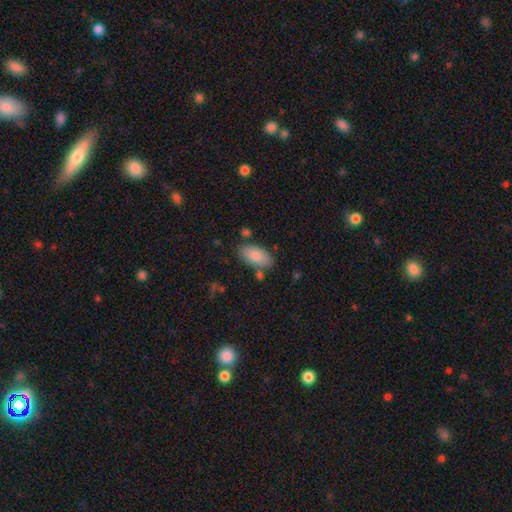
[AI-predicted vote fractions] Smooth or featured?
  - smooth: 85% *
  - featured or disk: 9%
  - star or artifact: 6%
How rounded?
  - in between: 93% *
  - cigar-shaped: 5%
  - round: 2%
Merging?
  - none: 76% *
  - minor disturbance: 14%
  - merger: 6%
  - major disturbance: 4%